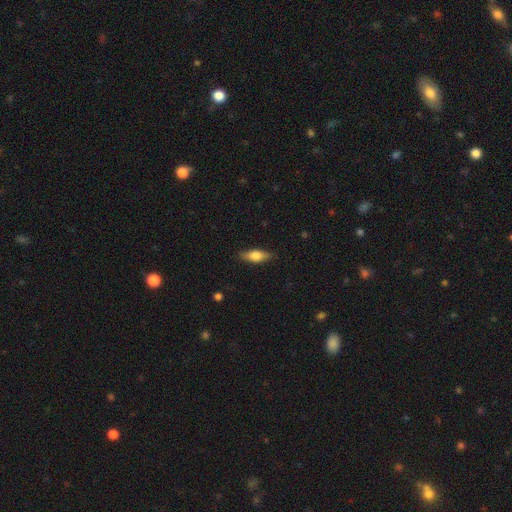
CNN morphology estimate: A smooth galaxy with no disk features (60%) that is in between round and cigar-shaped (63%). Merging: none (87%).